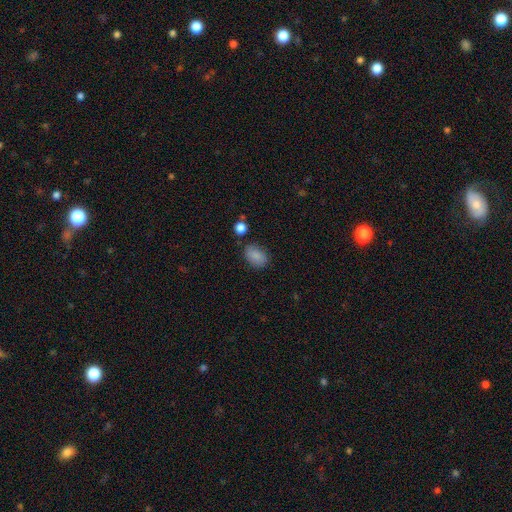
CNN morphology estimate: This is clearly a smooth galaxy (85%). How rounded: likely in between (79%). Merging: likely none (78%).